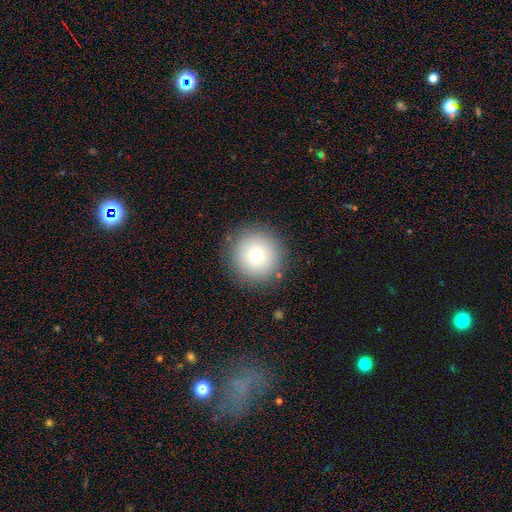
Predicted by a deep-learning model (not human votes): Q: Smooth or featured?
A: smooth (76%); runner-up: star or artifact (12%)
Q: How rounded?
A: round (95%); runner-up: in between (4%)
Q: Merging?
A: none (88%); runner-up: minor disturbance (8%)